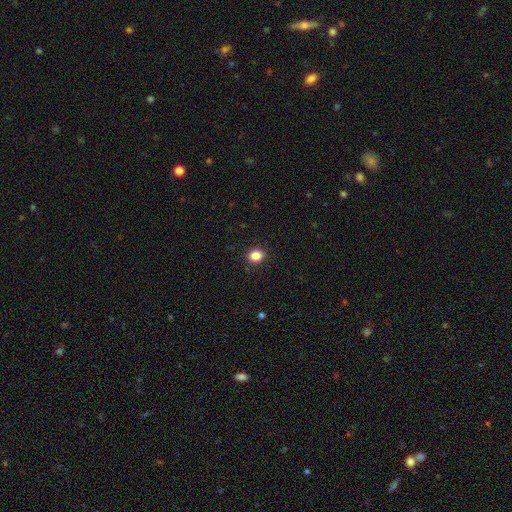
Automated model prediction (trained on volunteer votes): This appears to be a smooth galaxy with no disk features (85%) that is round (70%). Merging: none (91%).